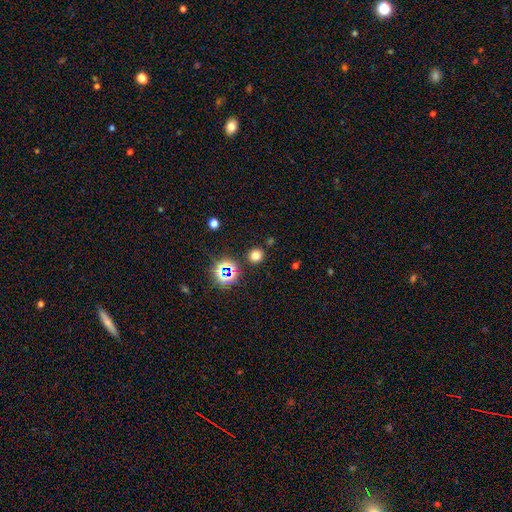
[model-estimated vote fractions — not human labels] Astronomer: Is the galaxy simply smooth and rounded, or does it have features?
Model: smooth — 70%.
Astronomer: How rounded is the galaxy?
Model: round — 90%.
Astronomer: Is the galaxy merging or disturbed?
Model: none — 87%.